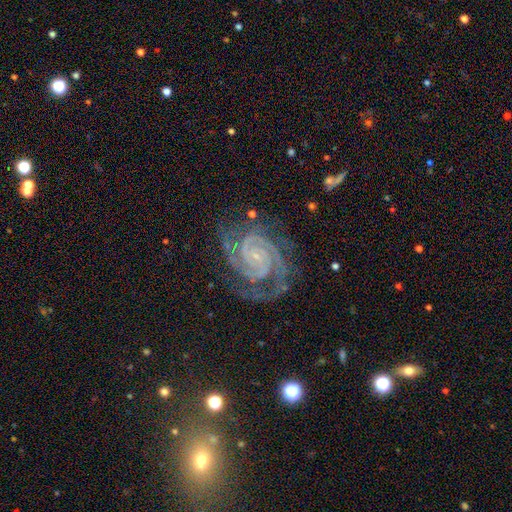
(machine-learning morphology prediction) Q: Smooth or featured?
A: featured or disk (91%); runner-up: star or artifact (6%)
Q: Edge-on disk?
A: no (98%); runner-up: yes (2%)
Q: Bar?
A: no (66%); runner-up: weak (23%)
Q: Spiral arms?
A: yes (99%); runner-up: no (1%)
Q: Spiral winding?
A: tight (76%); runner-up: medium (21%)
Q: Spiral arm count?
A: 2 (54%); runner-up: 3 (22%)
Q: Bulge size?
A: small (84%); runner-up: moderate (7%)
Q: Merging?
A: none (75%); runner-up: minor disturbance (17%)